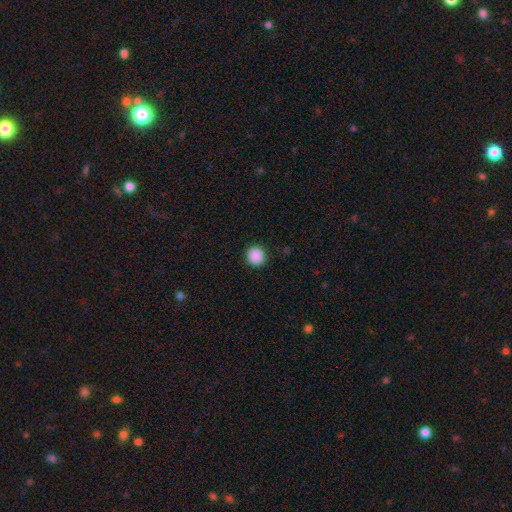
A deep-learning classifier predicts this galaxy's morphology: Smooth or featured: smooth — 89% (star or artifact — 9%)
How rounded: round — 91% (in between — 8%)
Merging: none — 92% (minor disturbance — 5%)